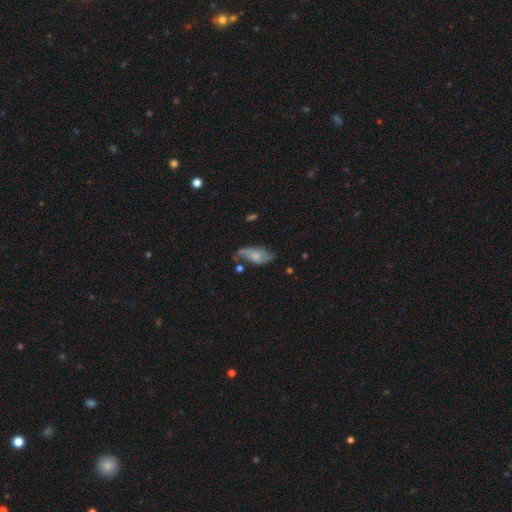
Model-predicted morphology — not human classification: type=featured or disk (53%); edge-on=no (91%); merging=none (42%).